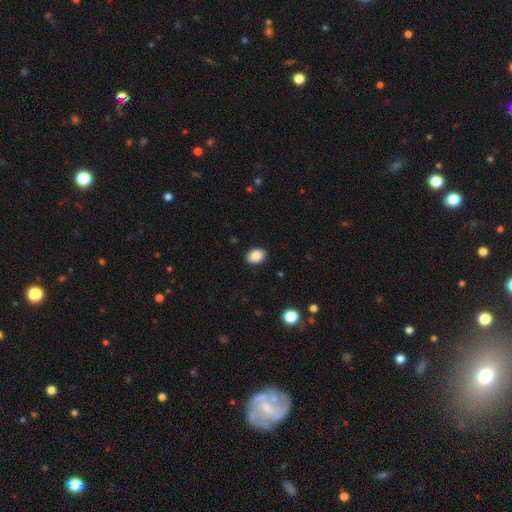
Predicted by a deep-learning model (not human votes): Overall: smooth (89%). How rounded: in between (69%; round 31%). Merging: none (89%).